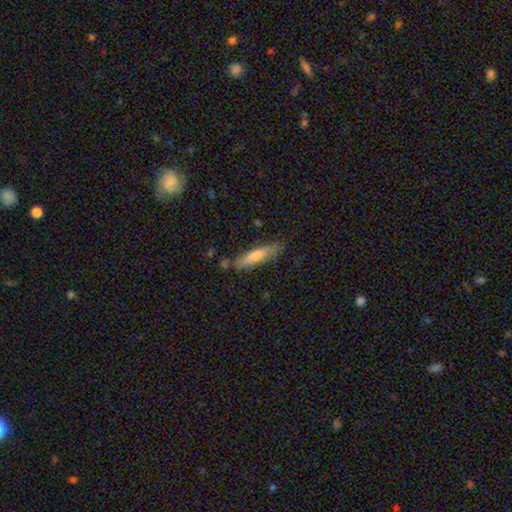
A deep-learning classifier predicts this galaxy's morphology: Q: Smooth or featured?
A: smooth (67%); runner-up: featured or disk (27%)
Q: How rounded?
A: cigar-shaped (83%); runner-up: in between (15%)
Q: Merging?
A: none (78%); runner-up: minor disturbance (15%)